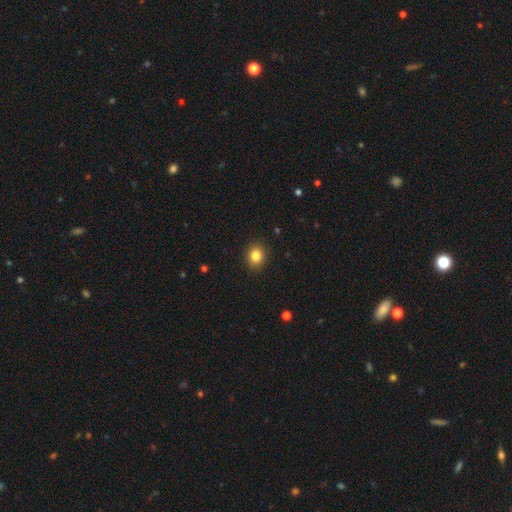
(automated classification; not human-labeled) Q: Smooth or featured?
A: smooth (84%); runner-up: star or artifact (10%)
Q: How rounded?
A: round (60%); runner-up: in between (39%)
Q: Merging?
A: none (90%); runner-up: minor disturbance (7%)